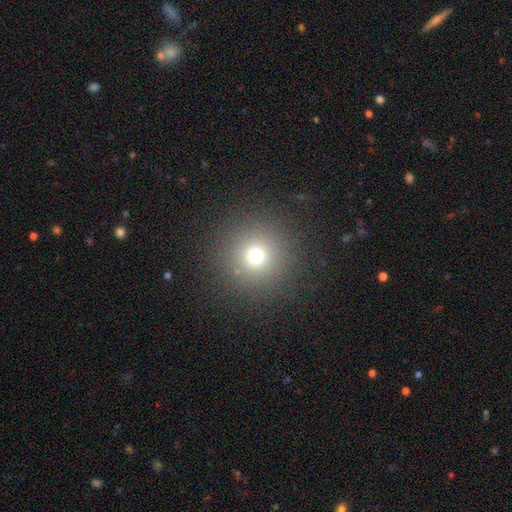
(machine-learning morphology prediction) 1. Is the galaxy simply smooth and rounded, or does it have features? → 70% smooth, 20% star or artifact, 9% featured or disk.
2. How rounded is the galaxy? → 96% round, 3% in between, 1% cigar-shaped.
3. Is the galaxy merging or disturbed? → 89% none, 6% minor disturbance, 4% major disturbance, 1% merger.